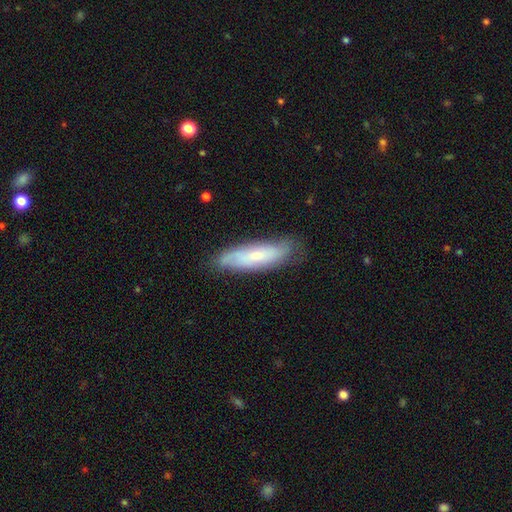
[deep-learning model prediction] A smooth galaxy with no disk features (48%).

Vote fractions:
- Smooth or featured? smooth: 48% / featured or disk: 42% / star or artifact: 11%
- Merging? none: 82% / minor disturbance: 14% / major disturbance: 3% / merger: 1%